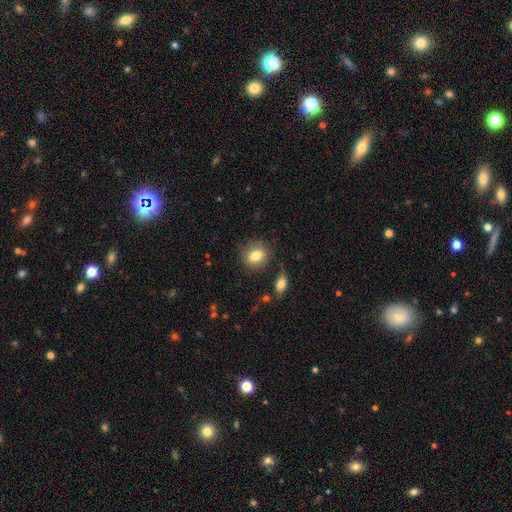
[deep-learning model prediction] The model was most divided on "how rounded": round: 59%, in between: 39%, cigar-shaped: 2%. More confident: merging — none (82%); smooth or featured — smooth (79%).